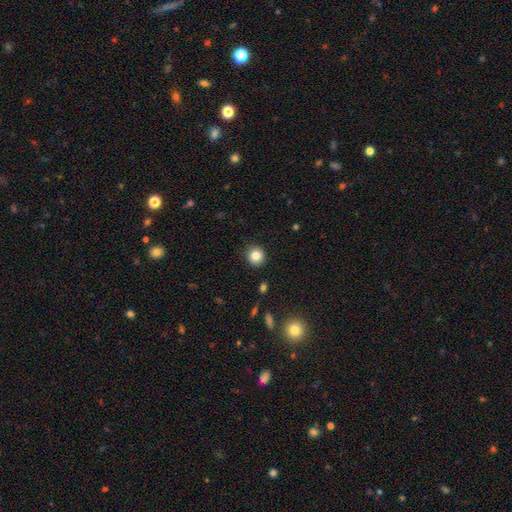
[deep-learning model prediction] The model was most divided on "smooth or featured": smooth: 83%, star or artifact: 10%, featured or disk: 7%. More confident: how rounded — round (91%); merging — none (91%).